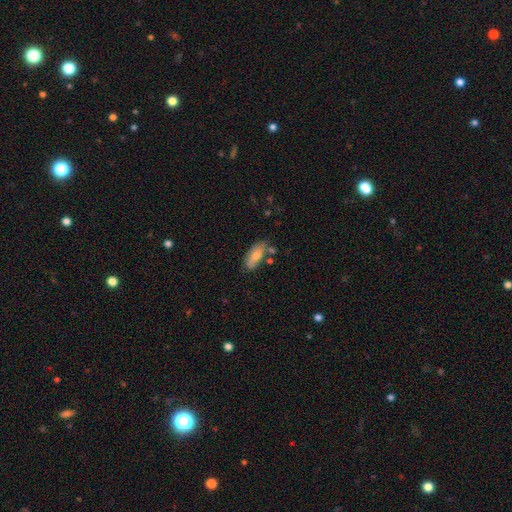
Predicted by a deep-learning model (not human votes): Morphology: type=smooth (74%); roundness=in between (80%); merging=none (61%).